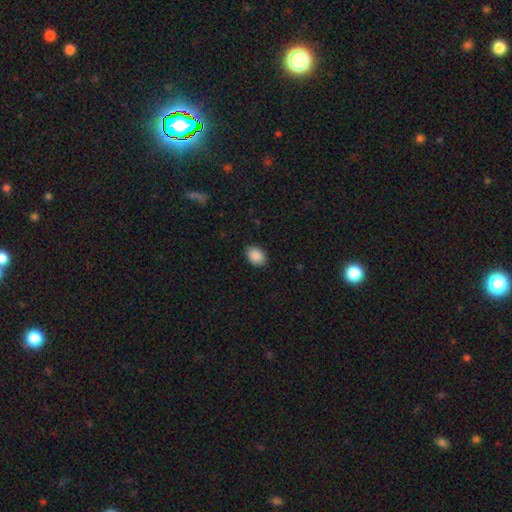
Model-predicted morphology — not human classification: type=smooth (90%); roundness=in between (74%); merging=none (88%).